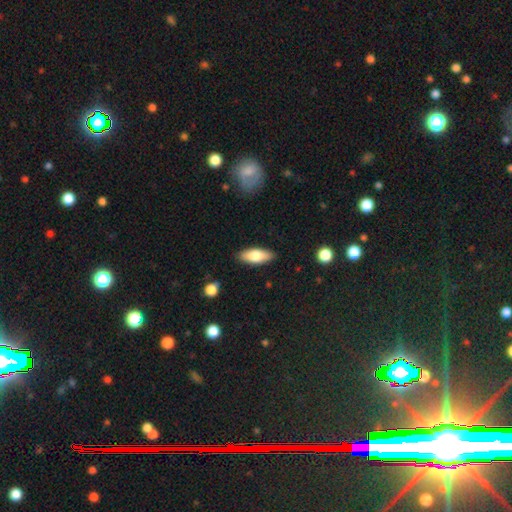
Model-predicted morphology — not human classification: Smooth or featured: smooth — 73% (featured or disk — 21%)
How rounded: in between — 76% (cigar-shaped — 22%)
Merging: none — 87% (minor disturbance — 9%)